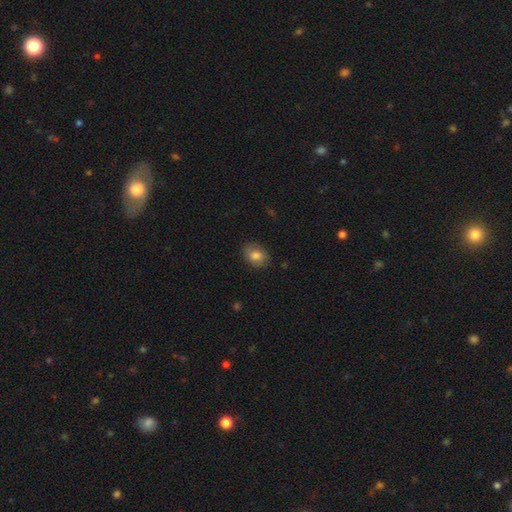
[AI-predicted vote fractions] smooth 80%, featured or disk 12%, star or artifact 8%. Down the decision tree: how rounded — in between (72%); merging — none (82%).